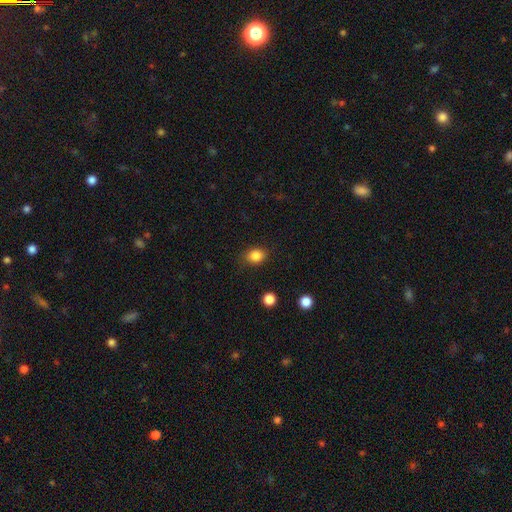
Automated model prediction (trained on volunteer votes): smooth-or-featured: smooth: 85% | star or artifact: 10% | featured or disk: 5%
  how-rounded: in between: 52% | round: 47% | cigar-shaped: 1%
  merging: none: 81% | minor disturbance: 14% | major disturbance: 4% | merger: 1%